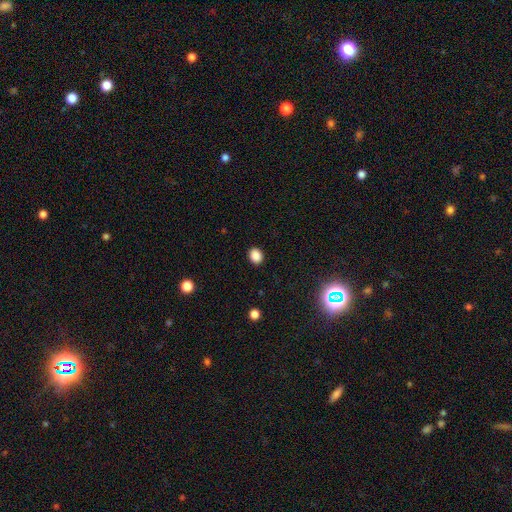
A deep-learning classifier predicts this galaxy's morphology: Smooth or featured: smooth — 86% (star or artifact — 11%)
How rounded: round — 55% (in between — 44%)
Merging: none — 90% (minor disturbance — 7%)